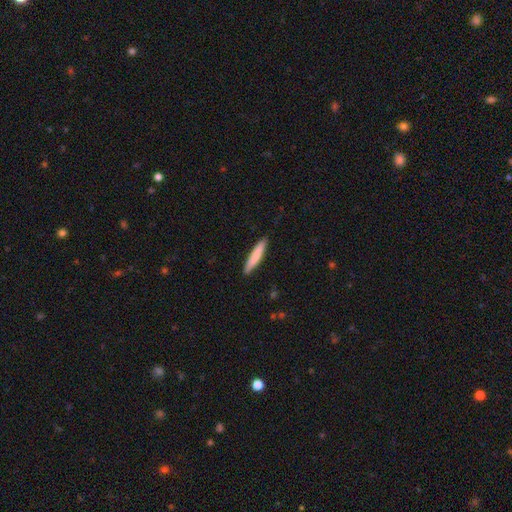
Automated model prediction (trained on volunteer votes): A smooth galaxy with no disk features (78%) that is cigar-shaped (90%).

Vote fractions:
- Smooth or featured? smooth: 78% / featured or disk: 17% / star or artifact: 5%
- How rounded? cigar-shaped: 90% / in between: 9% / round: 1%
- Merging? none: 88% / minor disturbance: 10% / major disturbance: 2% / merger: 1%